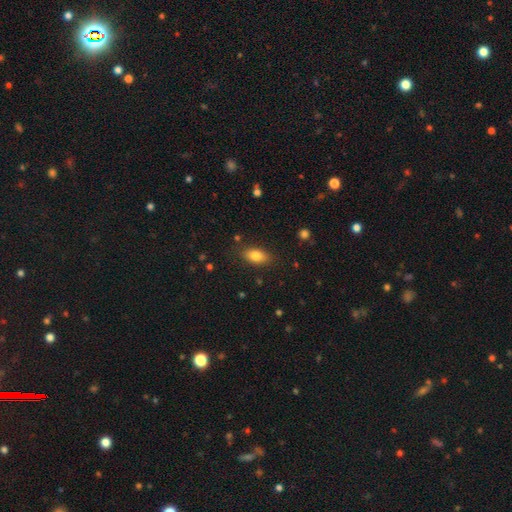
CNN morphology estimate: This is clearly a smooth galaxy (82%). How rounded: clearly in between (87%). Merging: clearly none (83%).